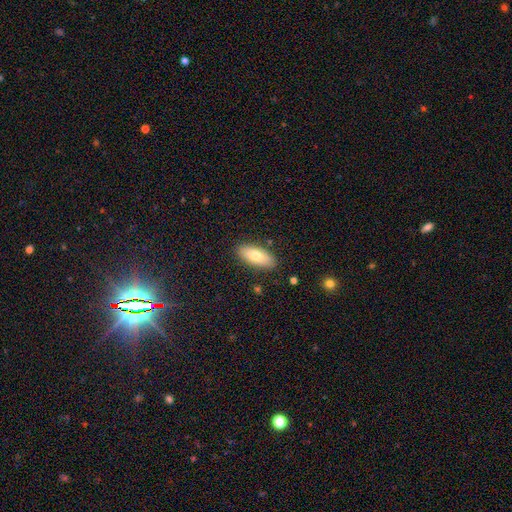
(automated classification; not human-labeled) Smooth or featured? smooth (74%)
How rounded? in between (80%)
Merging? none (87%)